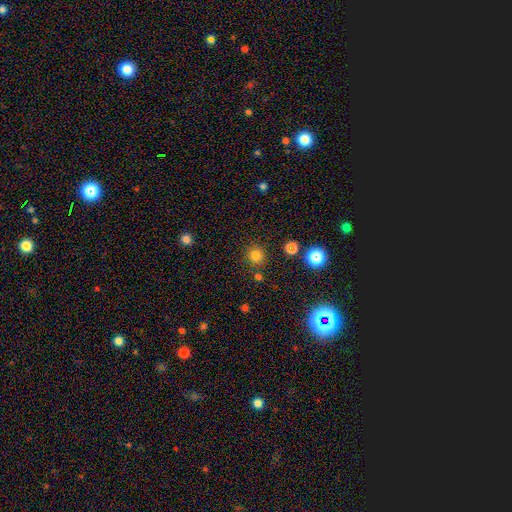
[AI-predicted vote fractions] Smooth or featured?
  - smooth: 78% *
  - star or artifact: 18%
  - featured or disk: 5%
How rounded?
  - round: 91% *
  - in between: 8%
  - cigar-shaped: 1%
Merging?
  - none: 85% *
  - minor disturbance: 8%
  - merger: 4%
  - major disturbance: 3%